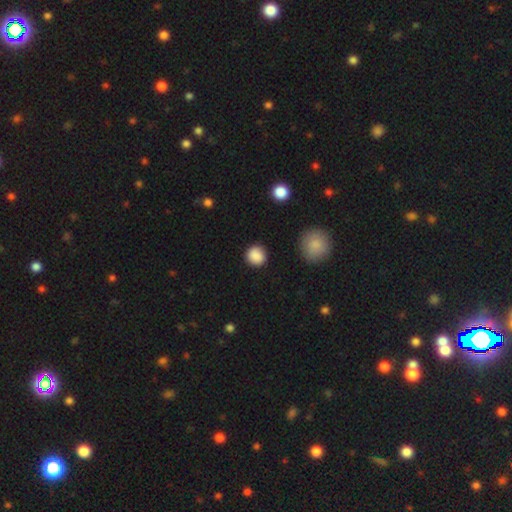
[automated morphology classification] This is clearly a smooth galaxy (88%). How rounded: clearly round (92%). Merging: clearly none (88%).